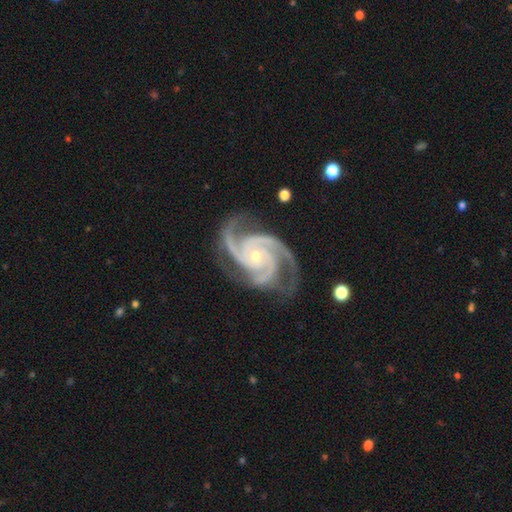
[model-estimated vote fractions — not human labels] Smooth or featured?
  - featured or disk: 95% *
  - star or artifact: 3%
  - smooth: 2%
Edge-on disk?
  - no: 99% *
  - yes: 1%
Bar?
  - no: 72% *
  - weak: 19%
  - strong: 9%
Spiral arms?
  - yes: 99% *
  - no: 1%
Spiral winding?
  - tight: 53% *
  - medium: 43%
  - loose: 4%
Spiral arm count?
  - 3: 75% *
  - 4: 13%
  - 2: 4%
  - can't tell: 3%
  - more than 4: 3%
  - 1: 3%
Bulge size?
  - small: 69% *
  - moderate: 28%
  - none: 1%
  - large: 1%
  - dominant: 1%
Merging?
  - none: 76% *
  - minor disturbance: 16%
  - major disturbance: 6%
  - merger: 1%